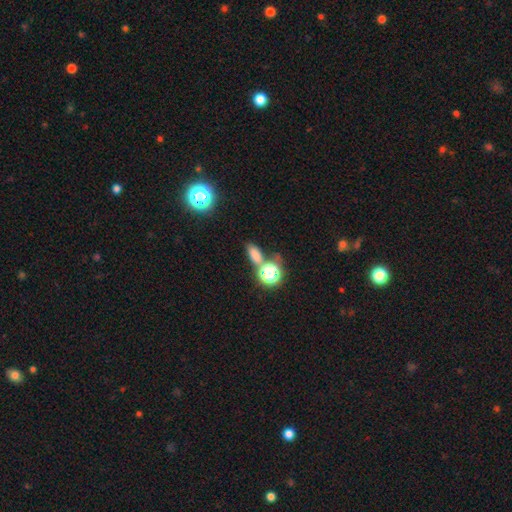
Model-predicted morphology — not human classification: smooth-or-featured: smooth: 66% | star or artifact: 25% | featured or disk: 8%
  how-rounded: in between: 71% | round: 20% | cigar-shaped: 9%
  merging: none: 62% | merger: 21% | minor disturbance: 12% | major disturbance: 5%